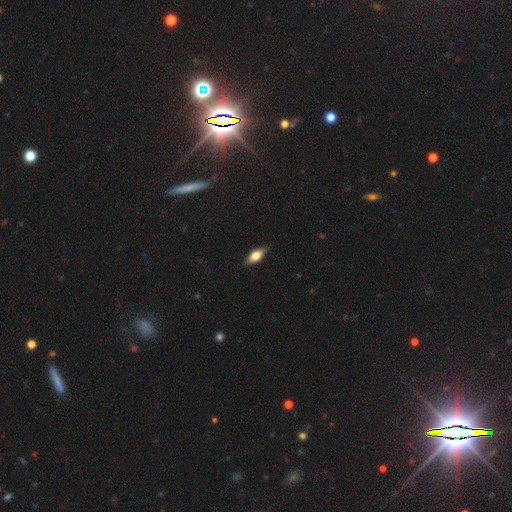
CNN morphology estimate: smooth-or-featured: smooth: 70% | featured or disk: 23% | star or artifact: 7%
  how-rounded: in between: 81% | cigar-shaped: 16% | round: 4%
  merging: none: 83% | minor disturbance: 14% | major disturbance: 3% | merger: 1%